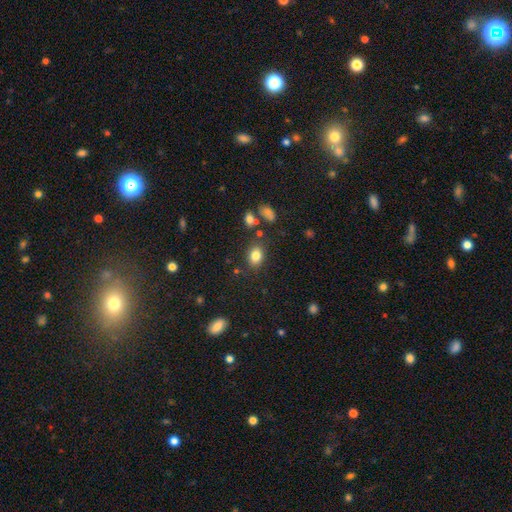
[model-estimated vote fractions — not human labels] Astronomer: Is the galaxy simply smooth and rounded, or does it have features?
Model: smooth — 81%.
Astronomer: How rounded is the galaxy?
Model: in between — 65%.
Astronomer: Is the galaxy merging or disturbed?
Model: none — 80%.